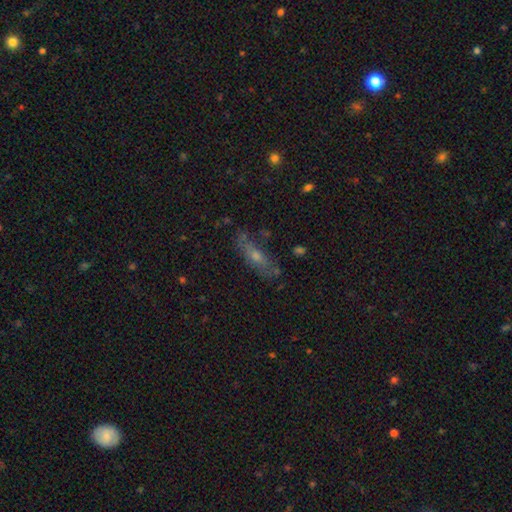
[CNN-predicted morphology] A featured or disk galaxy (46%).

Vote fractions:
- Smooth or featured? featured or disk: 46% / smooth: 41% / star or artifact: 12%
- Merging? none: 67% / minor disturbance: 21% / major disturbance: 8% / merger: 5%